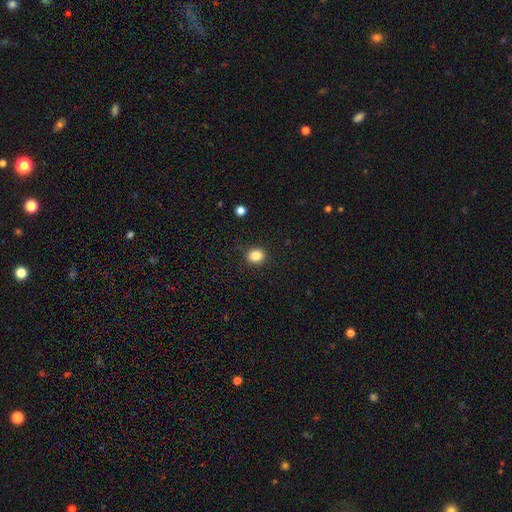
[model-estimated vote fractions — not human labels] The model was most divided on "how rounded": round: 73%, in between: 26%, cigar-shaped: 1%. More confident: merging — none (89%); smooth or featured — smooth (84%).